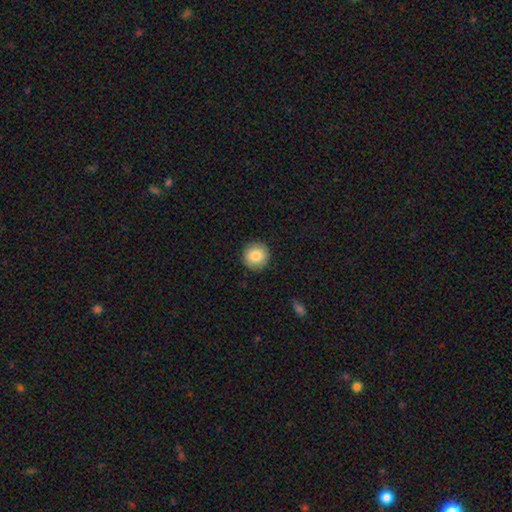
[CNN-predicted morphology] Smooth or featured? smooth (85%)
How rounded? round (95%)
Merging? none (92%)